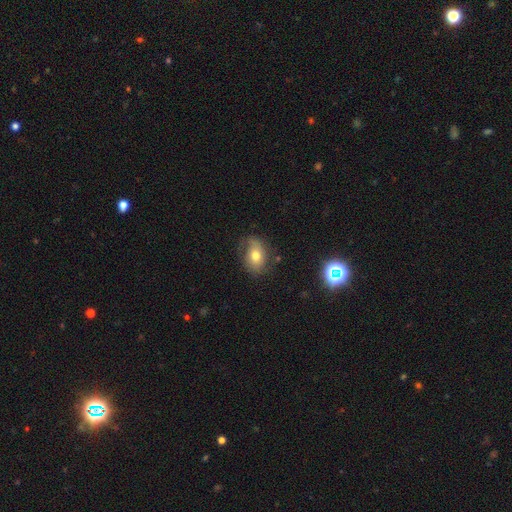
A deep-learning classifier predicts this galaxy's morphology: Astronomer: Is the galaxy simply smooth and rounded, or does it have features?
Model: smooth — 60%.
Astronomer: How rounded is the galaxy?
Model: in between — 70%.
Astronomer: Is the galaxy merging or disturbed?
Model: none — 62%.